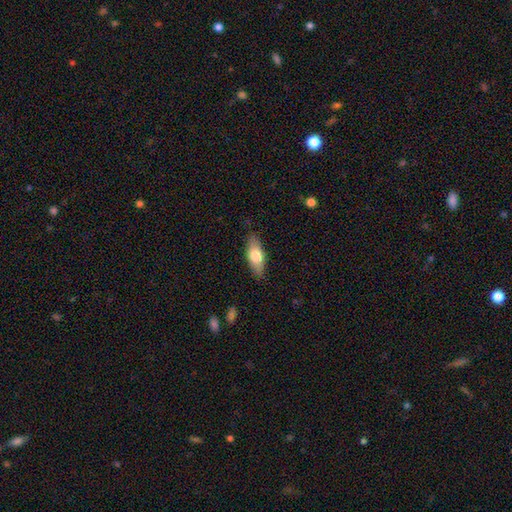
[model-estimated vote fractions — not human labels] Morphology: type=smooth (70%); roundness=in between (74%); merging=none (84%).